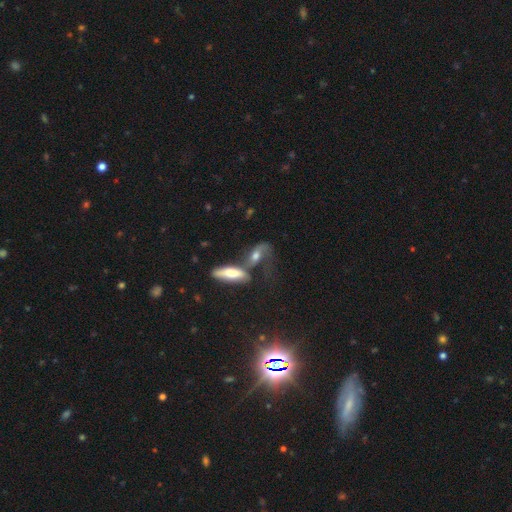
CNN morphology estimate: Smooth or featured? Predicted: smooth (p=0.46). Merging? Predicted: merger (p=0.44).